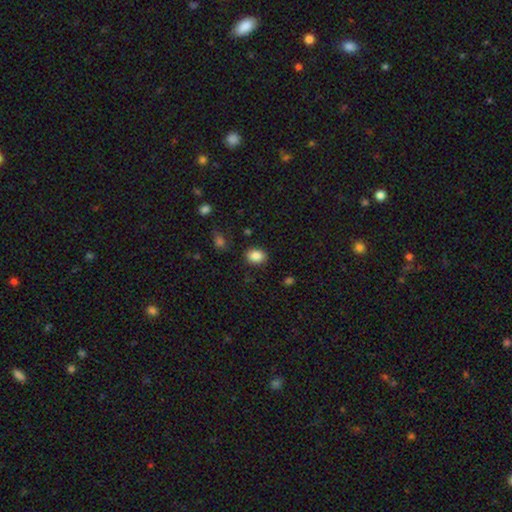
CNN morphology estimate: A smooth galaxy with no disk features (87%) that is in between round and cigar-shaped (65%). Merging: none (87%).